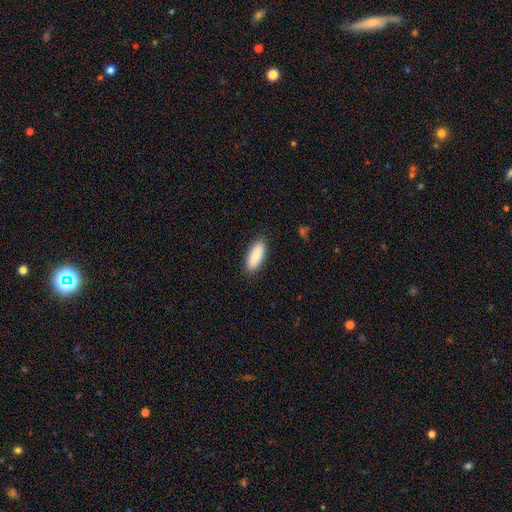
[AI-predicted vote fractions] Smooth or featured?
  - smooth: 88% *
  - featured or disk: 6%
  - star or artifact: 6%
How rounded?
  - in between: 76% *
  - cigar-shaped: 22%
  - round: 2%
Merging?
  - none: 88% *
  - minor disturbance: 9%
  - major disturbance: 2%
  - merger: 1%